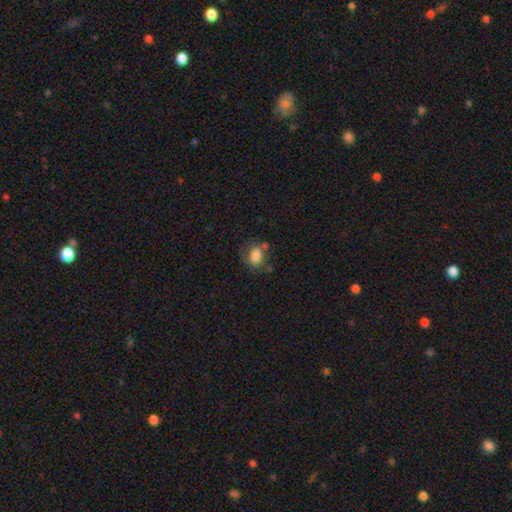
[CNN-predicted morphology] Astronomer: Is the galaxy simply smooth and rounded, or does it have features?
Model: smooth — 81%.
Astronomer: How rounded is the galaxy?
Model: in between — 61% (runner-up: round, 37%).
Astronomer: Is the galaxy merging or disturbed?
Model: none — 54%.